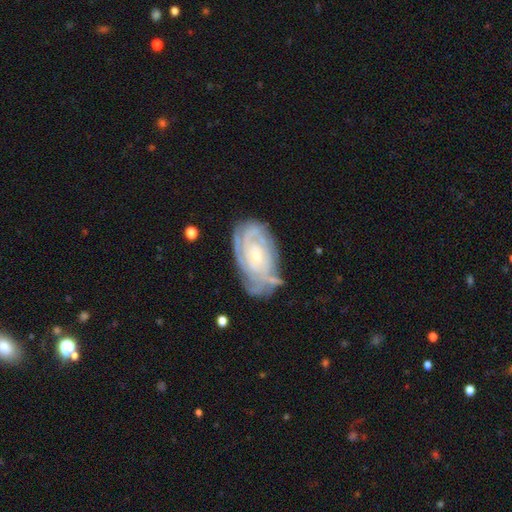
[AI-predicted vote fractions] featured or disk 81%, smooth 12%, star or artifact 6%. Down the decision tree: edge-on disk — no (95%); bar — no (71%); spiral arms — yes (94%); spiral arm count — can't tell (44%); spiral winding — tight (76%); bulge size — small (66%); merging — none (69%).